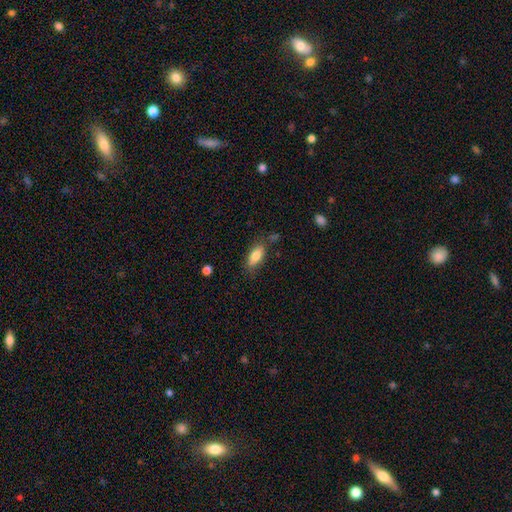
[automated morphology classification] A smooth galaxy with no disk features (79%) that is in between round and cigar-shaped (83%). Merging: none (73%).